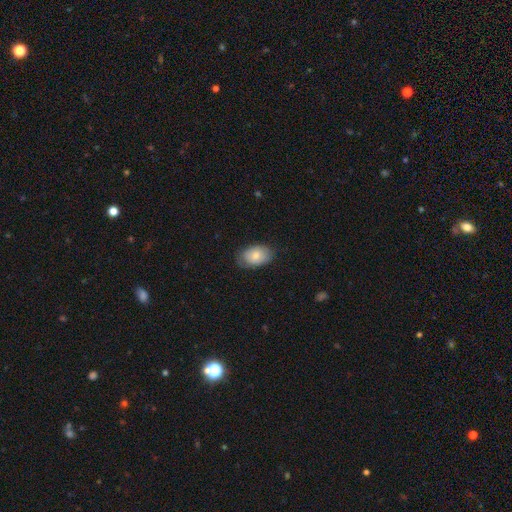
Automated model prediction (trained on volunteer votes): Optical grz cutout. It shows a smooth galaxy with no disk features (78%) that is in between round and cigar-shaped (88%). Merging: none (77%).